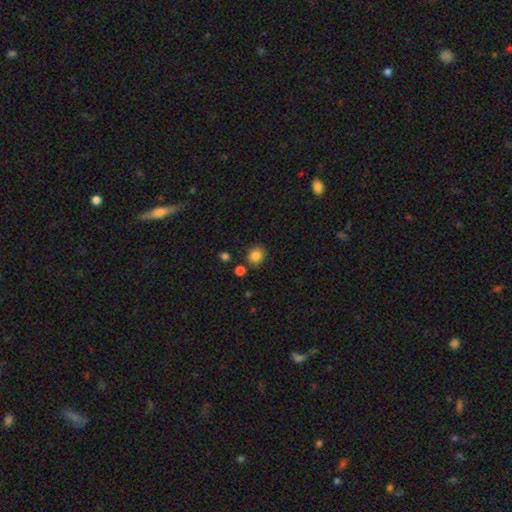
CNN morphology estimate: Q: Smooth or featured?
A: smooth (84%); runner-up: star or artifact (11%)
Q: How rounded?
A: round (79%); runner-up: in between (20%)
Q: Merging?
A: none (83%); runner-up: minor disturbance (9%)